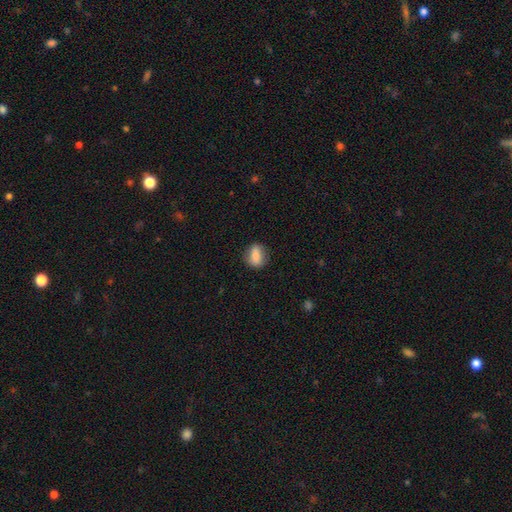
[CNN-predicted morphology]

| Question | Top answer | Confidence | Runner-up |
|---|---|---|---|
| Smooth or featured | smooth | 76% | featured or disk (15%) |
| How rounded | in between | 55% | round (42%) |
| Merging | none | 81% | minor disturbance (14%) |